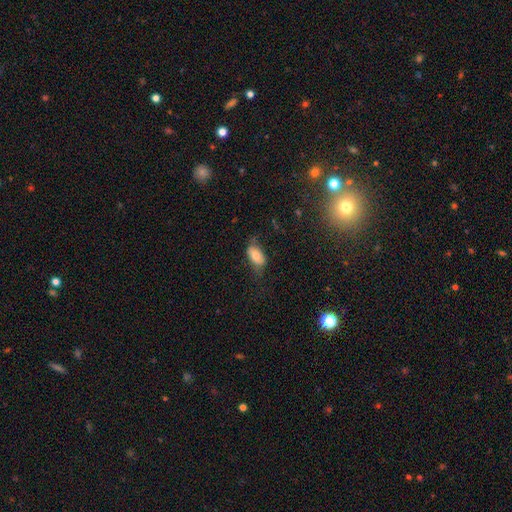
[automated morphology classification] smooth-or-featured: smooth: 75% | featured or disk: 18% | star or artifact: 8%
  how-rounded: in between: 91% | cigar-shaped: 5% | round: 4%
  merging: none: 55% | minor disturbance: 27% | major disturbance: 16% | merger: 2%